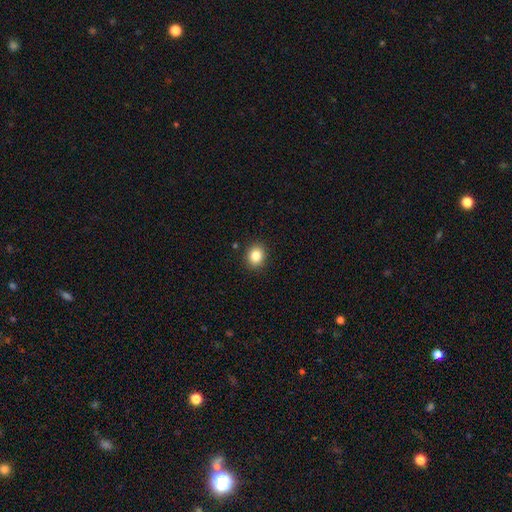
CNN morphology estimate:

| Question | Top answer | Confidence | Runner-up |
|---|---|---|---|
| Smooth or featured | smooth | 85% | star or artifact (10%) |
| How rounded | round | 64% | in between (35%) |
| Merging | none | 90% | minor disturbance (7%) |